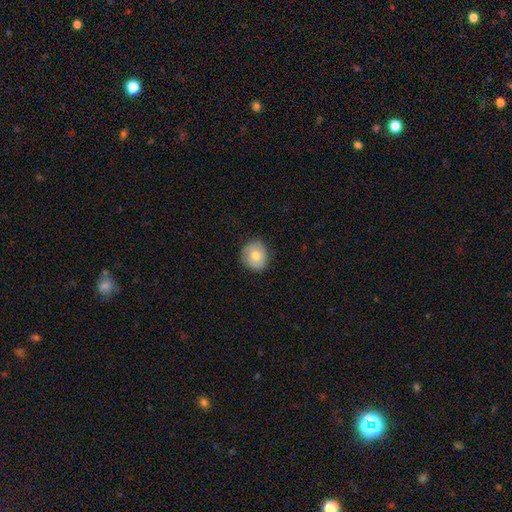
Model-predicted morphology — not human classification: smooth 74%, featured or disk 18%, star or artifact 8%. Down the decision tree: how rounded — round (82%); merging — none (83%).